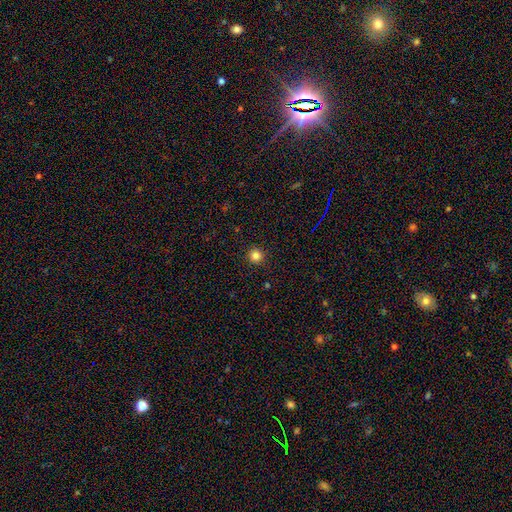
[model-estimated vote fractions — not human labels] Smooth or featured?
  - smooth: 83% *
  - star or artifact: 13%
  - featured or disk: 4%
How rounded?
  - round: 95% *
  - in between: 4%
  - cigar-shaped: 1%
Merging?
  - none: 93% *
  - minor disturbance: 5%
  - major disturbance: 2%
  - merger: 1%